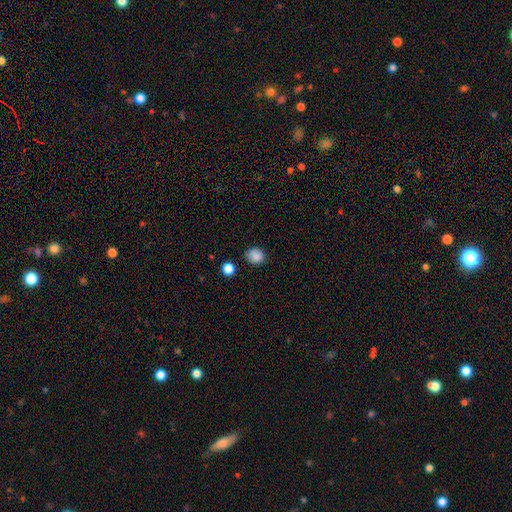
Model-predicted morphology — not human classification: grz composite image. It shows a smooth galaxy with no disk features (85%) that is round (78%). Merging: none (78%).